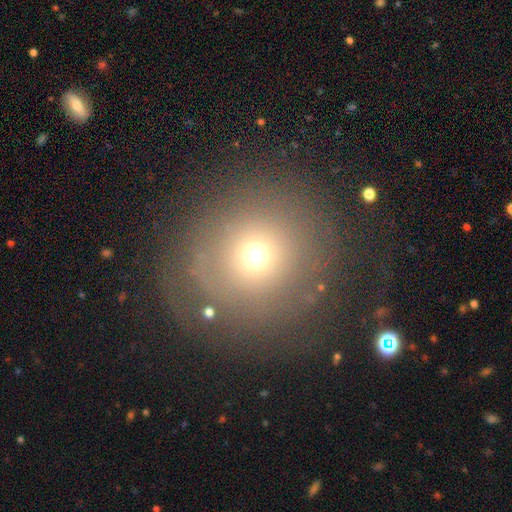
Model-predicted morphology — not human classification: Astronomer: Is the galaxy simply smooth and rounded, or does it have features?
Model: smooth — 63%.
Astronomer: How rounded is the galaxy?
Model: round — 93%.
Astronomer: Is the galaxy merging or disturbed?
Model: none — 75%.